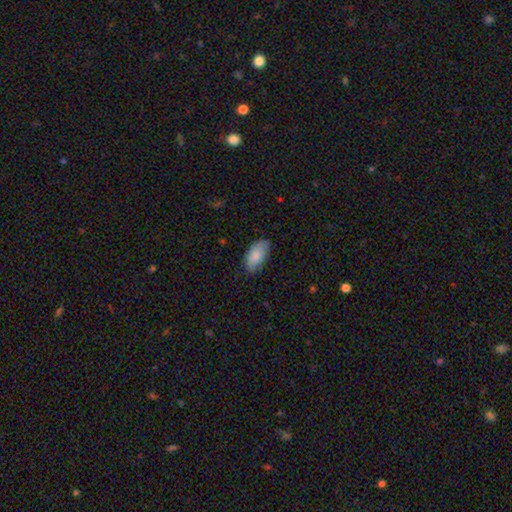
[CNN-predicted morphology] Smooth or featured? smooth (85%)
How rounded? in between (94%)
Merging? none (75%)